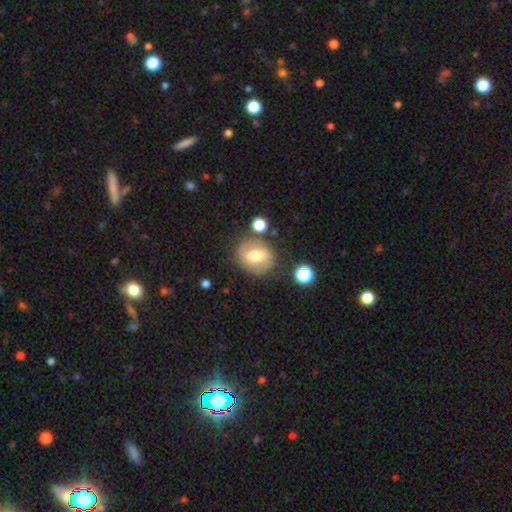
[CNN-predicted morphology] Smooth or featured? smooth (54%)
How rounded? round (52%)
Merging? none (70%)